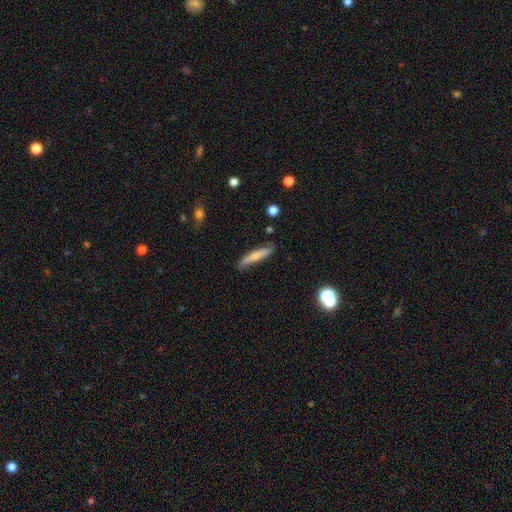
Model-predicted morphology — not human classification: The model was most divided on "smooth or featured": smooth: 59%, featured or disk: 35%, star or artifact: 6%. More confident: how rounded — cigar-shaped (89%); merging — none (69%).